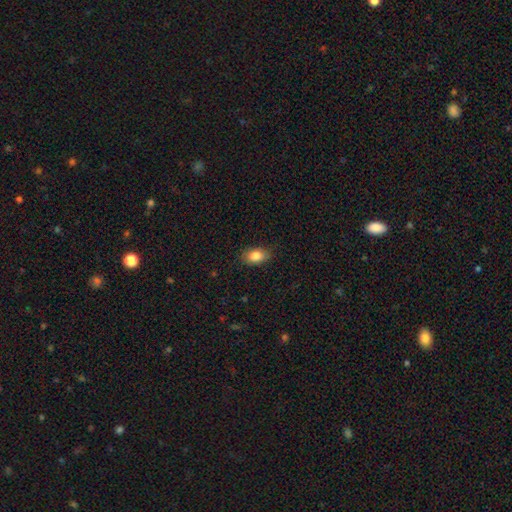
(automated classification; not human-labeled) Smooth or featured?
  - smooth: 85% *
  - star or artifact: 8%
  - featured or disk: 7%
How rounded?
  - in between: 87% *
  - round: 11%
  - cigar-shaped: 2%
Merging?
  - none: 85% *
  - minor disturbance: 12%
  - major disturbance: 2%
  - merger: 1%